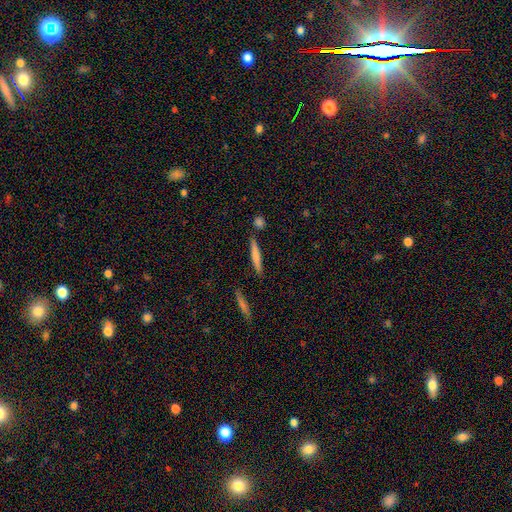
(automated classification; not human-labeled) Smooth or featured? Predicted: smooth (p=0.68). How rounded? Predicted: cigar-shaped (p=0.92). Merging? Predicted: none (p=0.82).